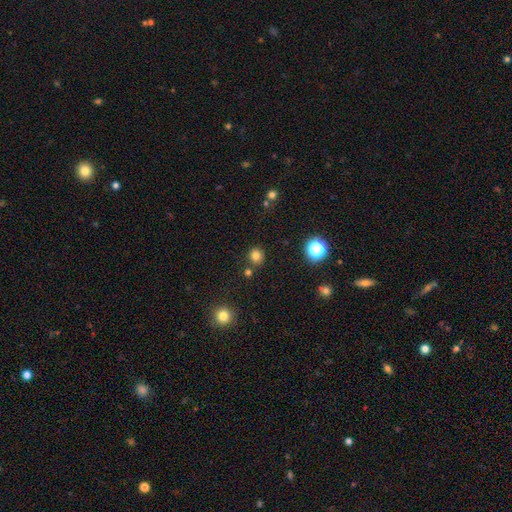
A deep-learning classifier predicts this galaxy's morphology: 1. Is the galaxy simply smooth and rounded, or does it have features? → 79% smooth, 16% star or artifact, 5% featured or disk.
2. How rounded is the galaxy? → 86% round, 13% in between, 1% cigar-shaped.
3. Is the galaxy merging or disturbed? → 83% none, 8% minor disturbance, 7% merger, 3% major disturbance.